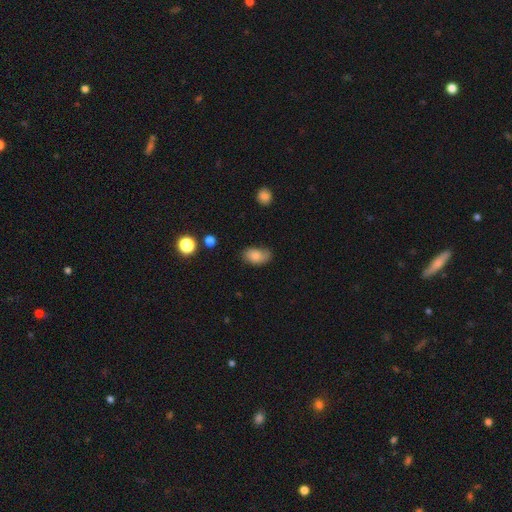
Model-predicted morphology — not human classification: This is clearly a smooth galaxy (80%). How rounded: clearly in between (90%). Merging: possibly none (57%).